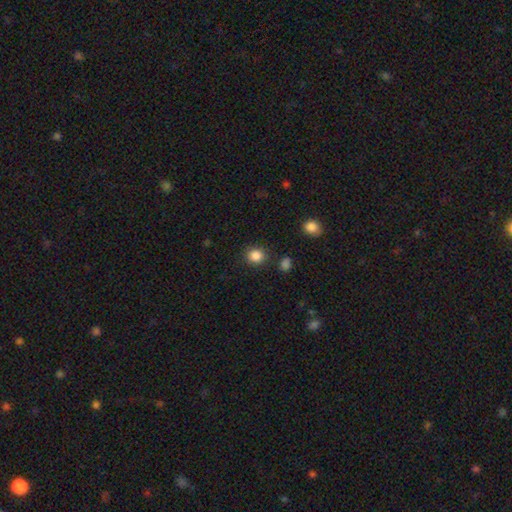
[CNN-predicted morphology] Smooth or featured?
  - smooth: 86% *
  - star or artifact: 10%
  - featured or disk: 4%
How rounded?
  - round: 84% *
  - in between: 15%
  - cigar-shaped: 1%
Merging?
  - none: 85% *
  - minor disturbance: 8%
  - merger: 3%
  - major disturbance: 3%